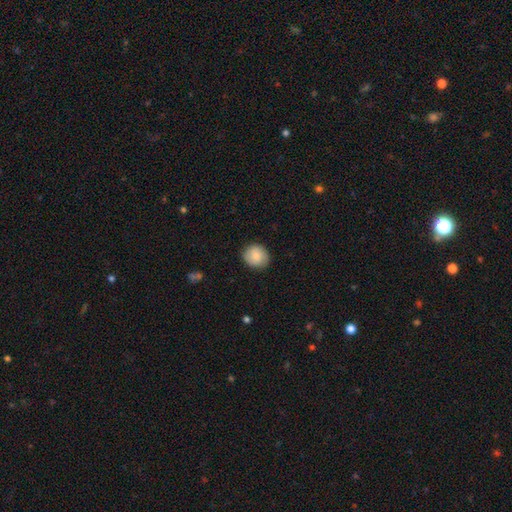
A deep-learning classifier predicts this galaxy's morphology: A smooth galaxy with no disk features (84%) that is round (82%). Merging: none (87%).